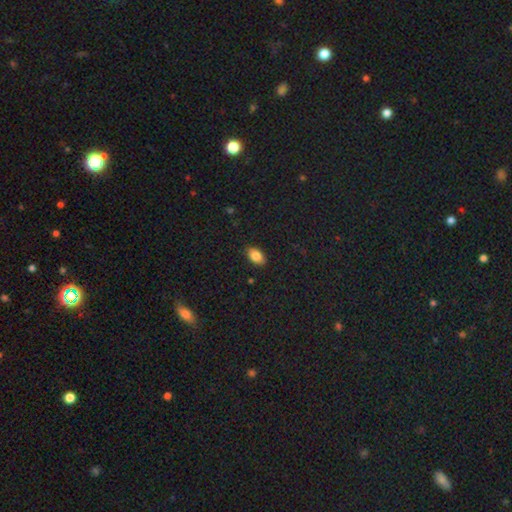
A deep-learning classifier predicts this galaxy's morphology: A smooth galaxy with no disk features (83%) that is in between round and cigar-shaped (91%).

Vote fractions:
- Smooth or featured? smooth: 83% / featured or disk: 9% / star or artifact: 8%
- How rounded? in between: 91% / round: 7% / cigar-shaped: 2%
- Merging? none: 88% / minor disturbance: 9% / major disturbance: 2% / merger: 1%